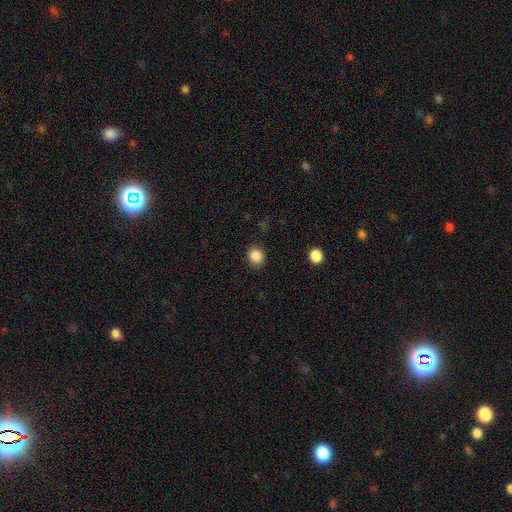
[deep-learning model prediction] Overall: smooth (86%). How rounded: round (73%). Merging: none (87%).